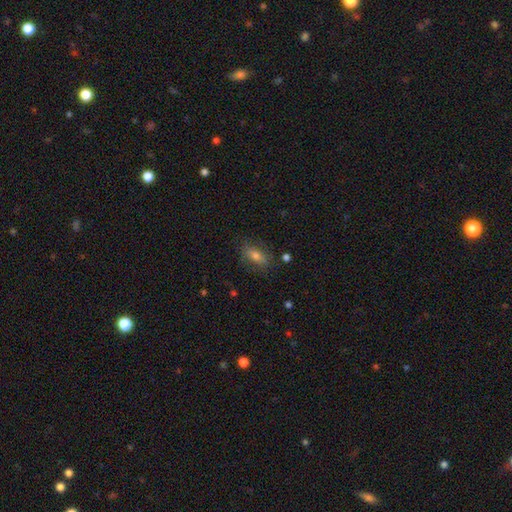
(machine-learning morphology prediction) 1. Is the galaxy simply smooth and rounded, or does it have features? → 61% smooth, 26% featured or disk, 13% star or artifact.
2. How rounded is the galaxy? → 75% in between, 15% cigar-shaped, 10% round.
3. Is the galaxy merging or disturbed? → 79% none, 14% minor disturbance, 5% major disturbance, 2% merger.